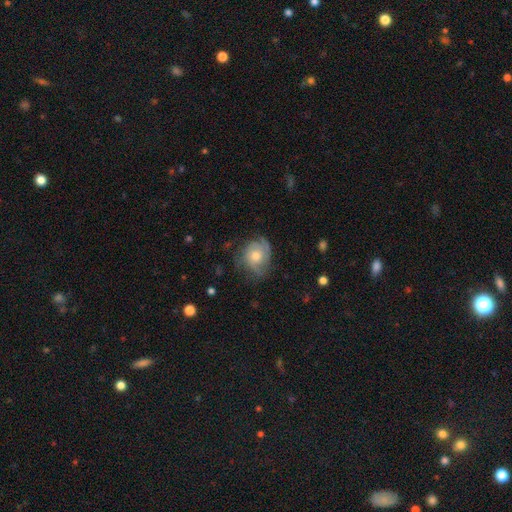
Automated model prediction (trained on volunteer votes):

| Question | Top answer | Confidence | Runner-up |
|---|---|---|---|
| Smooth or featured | featured or disk | 56% | smooth (36%) |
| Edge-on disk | no | 96% | yes (4%) |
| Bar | no | 82% | weak (15%) |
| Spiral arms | yes | 81% | no (19%) |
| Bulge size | moderate | 67% | small (22%) |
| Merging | none | 62% | minor disturbance (26%) |